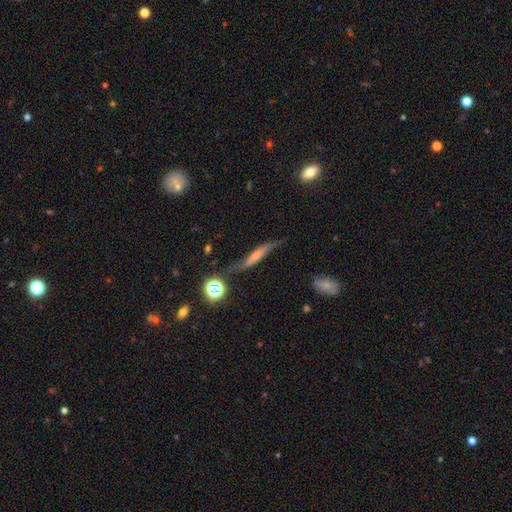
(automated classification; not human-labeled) Q: Smooth or featured?
A: featured or disk (46%); runner-up: smooth (43%)
Q: Merging?
A: none (57%); runner-up: minor disturbance (26%)